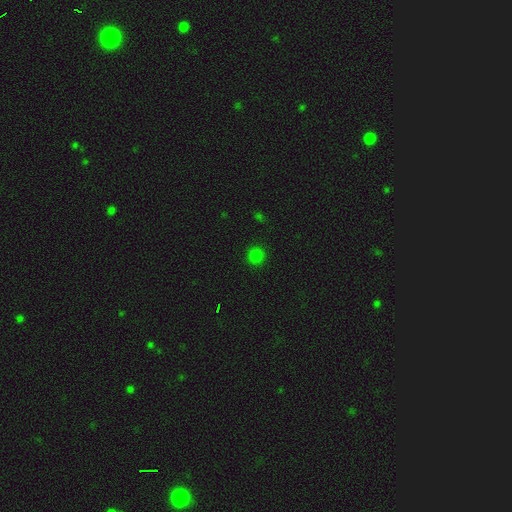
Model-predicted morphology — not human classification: A smooth galaxy with no disk features (81%) that is round (93%). Merging: none (91%).